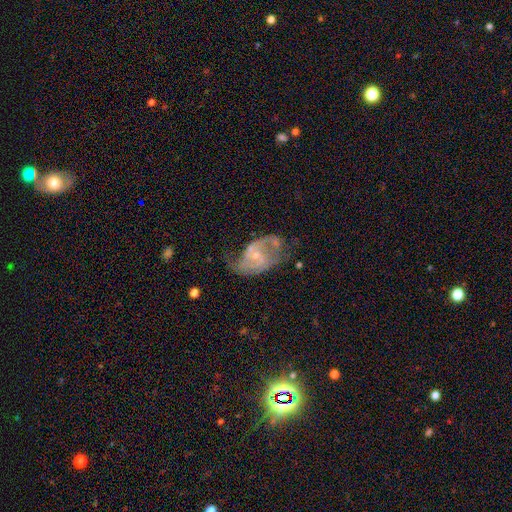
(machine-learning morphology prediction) Smooth or featured? featured or disk (83%)
Edge-on disk? no (97%)
Bar? no (46%)
Spiral arms? yes (90%)
Spiral winding? medium (47%)
Spiral arm count? 2 (83%)
Bulge size? small (67%)
Merging? none (47%)